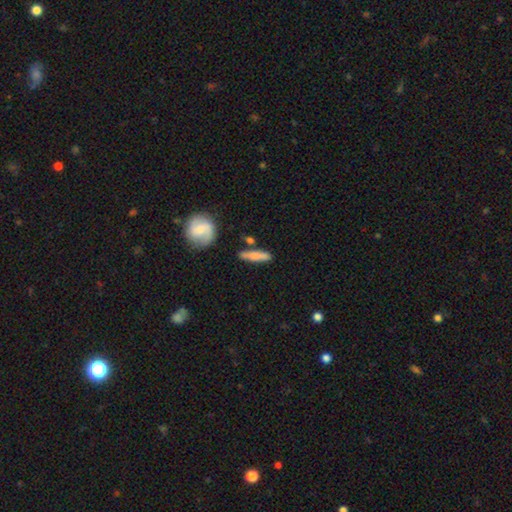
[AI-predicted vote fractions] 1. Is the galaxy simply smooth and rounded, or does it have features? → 70% smooth, 24% featured or disk, 6% star or artifact.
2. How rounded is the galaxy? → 83% cigar-shaped, 14% in between, 3% round.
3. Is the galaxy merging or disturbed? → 78% none, 13% minor disturbance, 6% merger, 3% major disturbance.